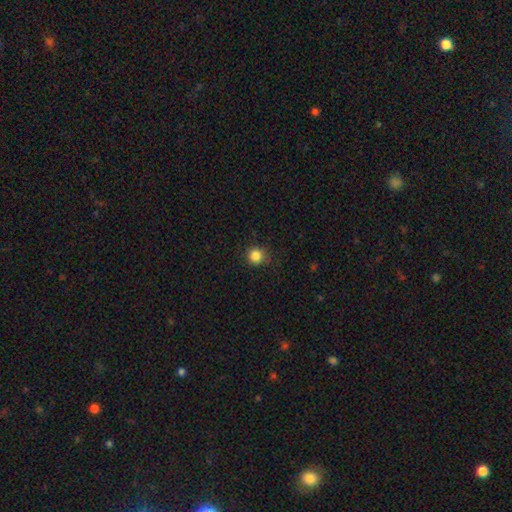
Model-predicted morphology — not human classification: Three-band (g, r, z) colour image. It shows a smooth galaxy with no disk features (85%) that is round (94%). Merging: none (87%).